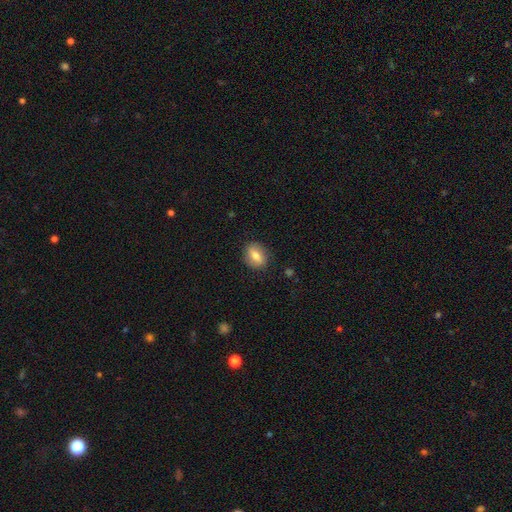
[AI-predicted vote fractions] smooth_or_featured: smooth (p=0.66) [alt: featured or disk p=0.26]
how_rounded: in between (p=0.57) [alt: round p=0.41]
merging: none (p=0.83) [alt: minor disturbance p=0.12]